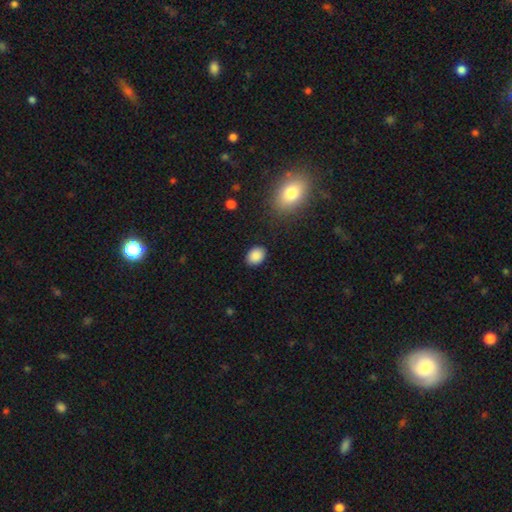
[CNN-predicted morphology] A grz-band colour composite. It shows a smooth galaxy with no disk features (88%) that is in between round and cigar-shaped (63%). Merging: none (87%).